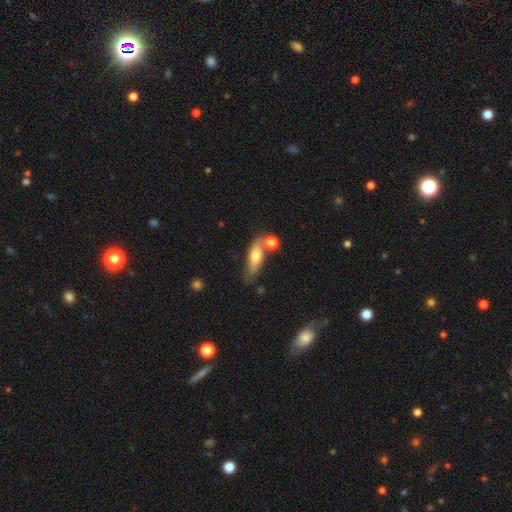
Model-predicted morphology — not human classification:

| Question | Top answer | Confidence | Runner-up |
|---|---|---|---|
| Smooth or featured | smooth | 64% | featured or disk (28%) |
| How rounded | in between | 57% | cigar-shaped (38%) |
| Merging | none | 58% | merger (19%) |